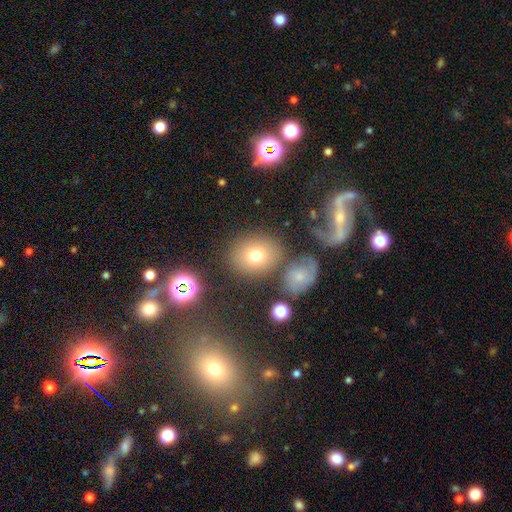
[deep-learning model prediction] A smooth galaxy with no disk features (73%) that is round (60%). Merging: none (74%).